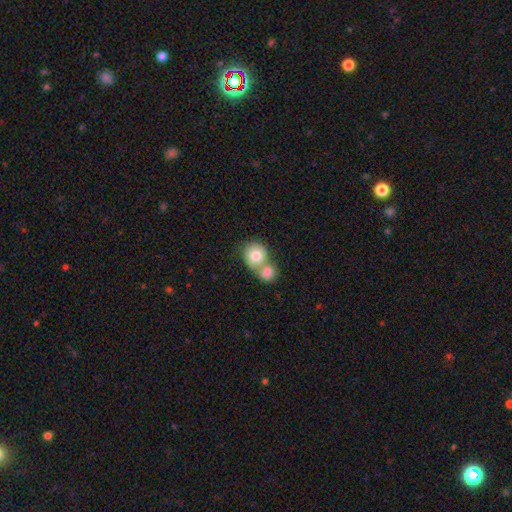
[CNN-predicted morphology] This appears to be a smooth galaxy with no disk features (79%) that is round (78%). Merging: merger (64%).